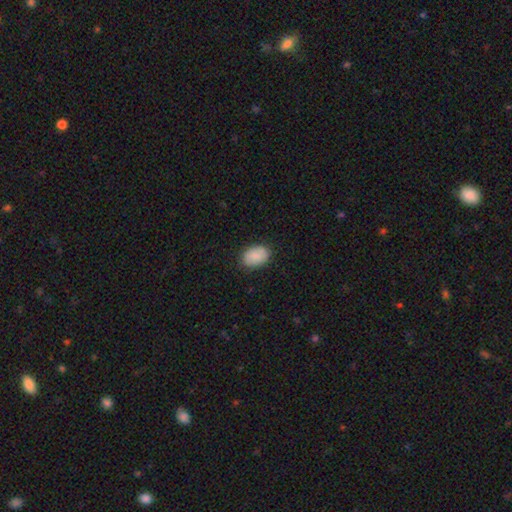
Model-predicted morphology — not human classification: smooth-or-featured: smooth: 85% | featured or disk: 8% | star or artifact: 7%
  how-rounded: in between: 84% | round: 15% | cigar-shaped: 1%
  merging: none: 85% | minor disturbance: 11% | major disturbance: 3% | merger: 1%